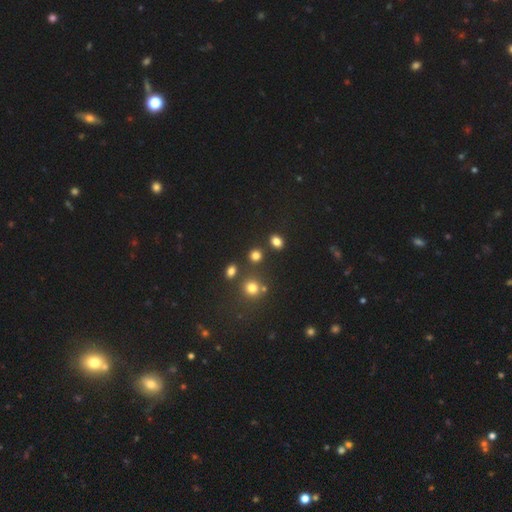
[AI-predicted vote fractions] The model was most divided on "how rounded": round: 70%, in between: 28%, cigar-shaped: 1%. More confident: merging — none (78%); smooth or featured — smooth (78%).